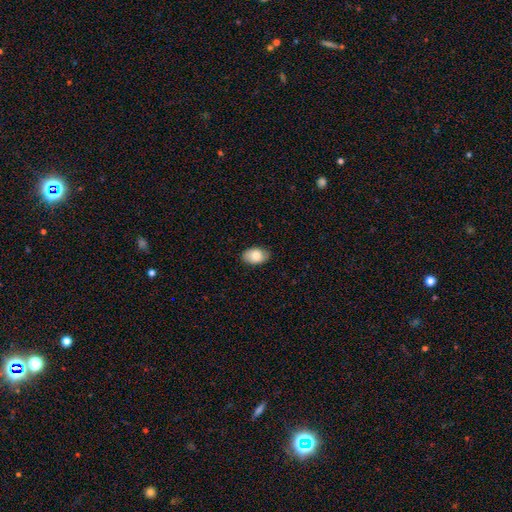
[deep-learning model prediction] Smooth or featured? Predicted: smooth (p=0.82). How rounded? Predicted: in between (p=0.89). Merging? Predicted: none (p=0.84).